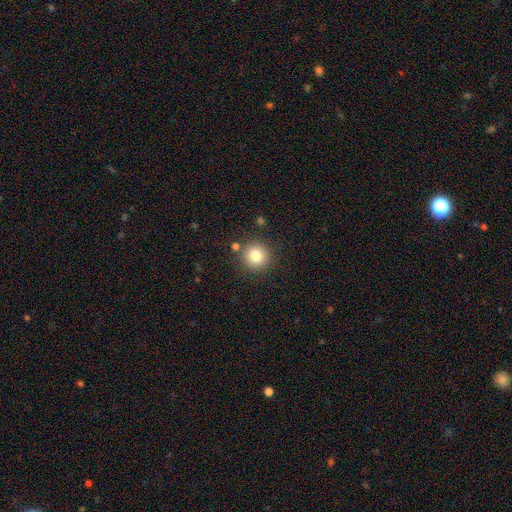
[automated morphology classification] smooth-or-featured: smooth: 82% | star or artifact: 11% | featured or disk: 7%
  how-rounded: round: 94% | in between: 5% | cigar-shaped: 1%
  merging: none: 85% | minor disturbance: 8% | merger: 5% | major disturbance: 3%